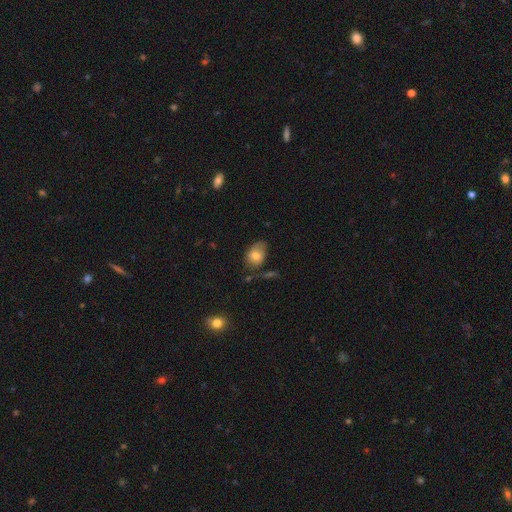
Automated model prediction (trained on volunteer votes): Smooth or featured?
  - smooth: 75% *
  - featured or disk: 16%
  - star or artifact: 9%
How rounded?
  - in between: 73% *
  - round: 25%
  - cigar-shaped: 1%
Merging?
  - none: 48% *
  - minor disturbance: 33%
  - major disturbance: 13%
  - merger: 7%